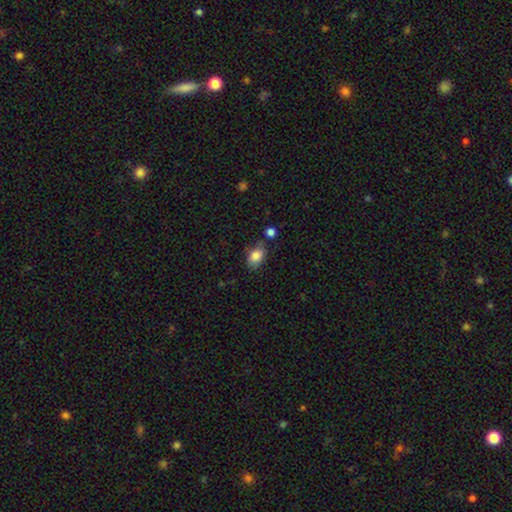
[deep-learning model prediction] This appears to be a smooth galaxy with no disk features (85%) that is in between round and cigar-shaped (82%). Merging: none (69%).